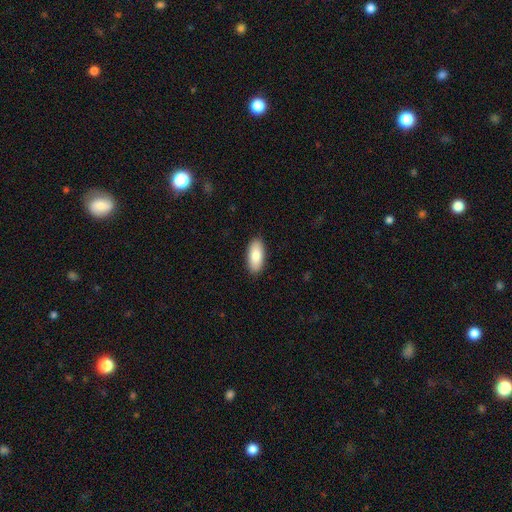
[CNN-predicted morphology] Smooth or featured?
  - smooth: 85% *
  - featured or disk: 9%
  - star or artifact: 6%
How rounded?
  - in between: 90% *
  - cigar-shaped: 7%
  - round: 2%
Merging?
  - none: 89% *
  - minor disturbance: 8%
  - major disturbance: 2%
  - merger: 1%